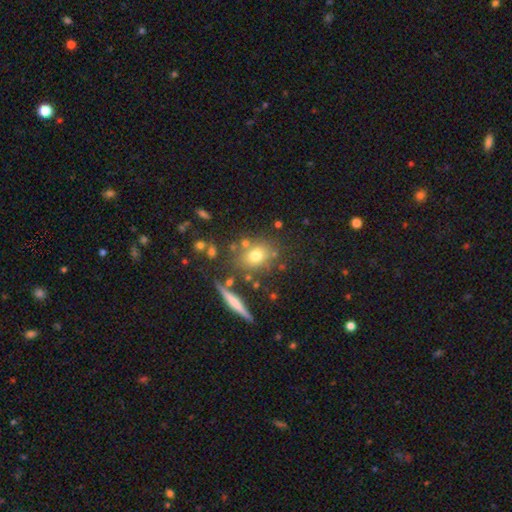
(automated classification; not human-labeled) This appears to be a smooth galaxy with no disk features (69%) that is round (56%). Merging: none (73%).